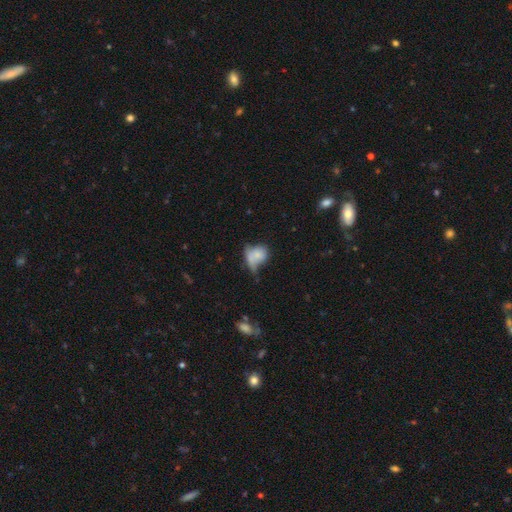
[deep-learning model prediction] A smooth galaxy with no disk features (70%) that is in between round and cigar-shaped (51%).

Vote fractions:
- Smooth or featured? smooth: 70% / featured or disk: 20% / star or artifact: 10%
- How rounded? in between: 51% / round: 47% / cigar-shaped: 2%
- Merging? merger: 30% / none: 27% / minor disturbance: 24% / major disturbance: 19%